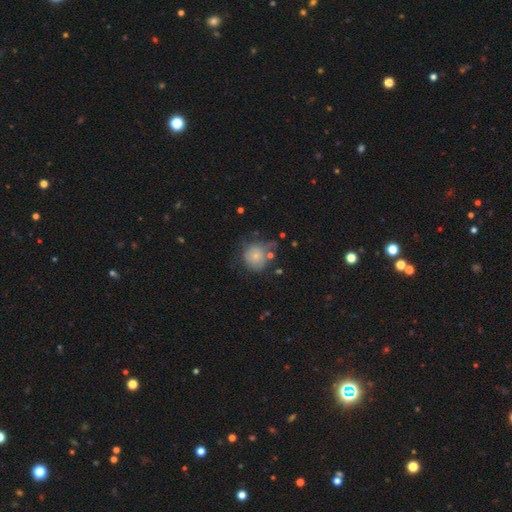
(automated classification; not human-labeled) This is likely a smooth galaxy (64%). How rounded: clearly round (81%). Merging: marginally none (40%).